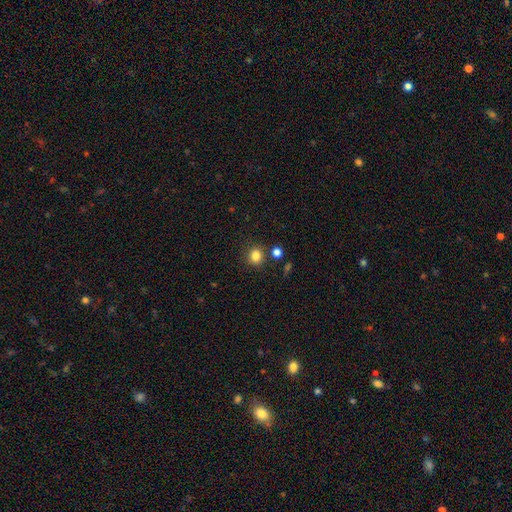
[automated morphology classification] type=smooth (83%); roundness=round (83%); merging=none (82%).